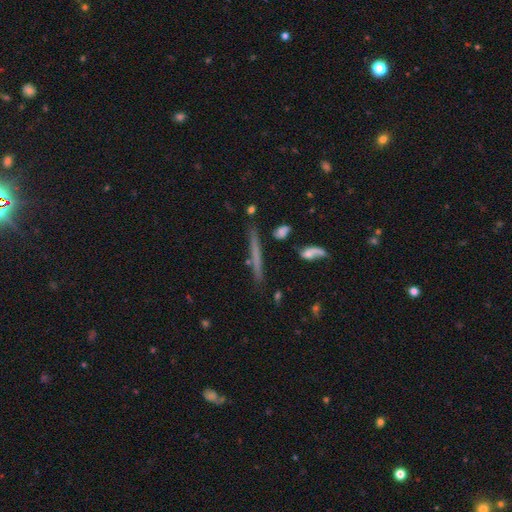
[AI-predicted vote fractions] Overall: featured or disk (47%; smooth 44%). Merging: none (84%).